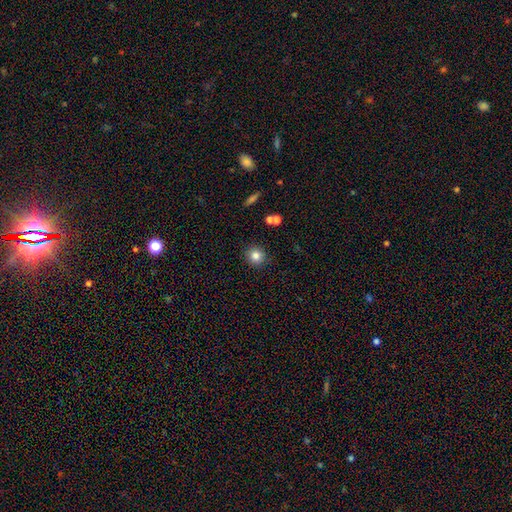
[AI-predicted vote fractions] This is clearly a smooth galaxy (82%). How rounded: clearly round (90%). Merging: clearly none (88%).